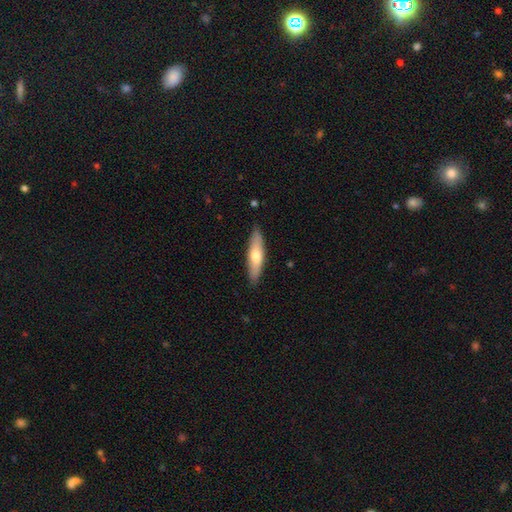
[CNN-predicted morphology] This is likely a smooth galaxy (63%). How rounded: likely cigar-shaped (68%). Merging: clearly none (87%).